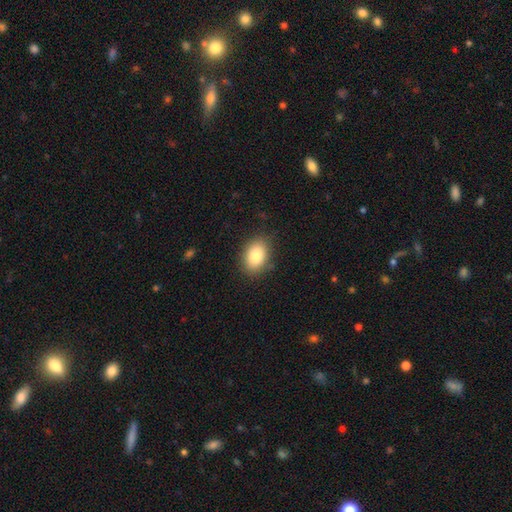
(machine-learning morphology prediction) Smooth or featured?
  - smooth: 84% *
  - star or artifact: 8%
  - featured or disk: 8%
How rounded?
  - in between: 81% *
  - round: 18%
  - cigar-shaped: 1%
Merging?
  - none: 84% *
  - minor disturbance: 12%
  - major disturbance: 3%
  - merger: 1%